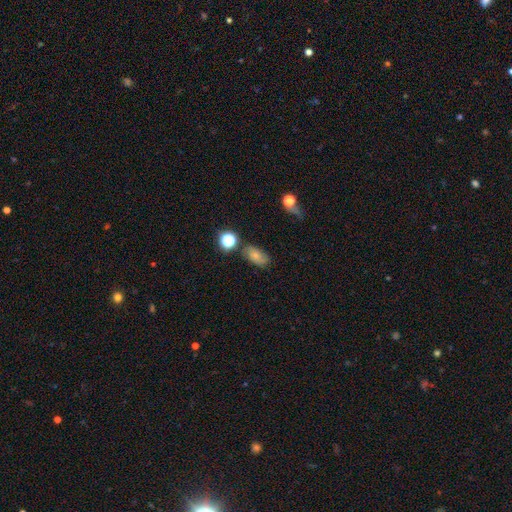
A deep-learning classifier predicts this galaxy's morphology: A smooth galaxy with no disk features (57%) that is in between round and cigar-shaped (84%). Merging: none (67%).